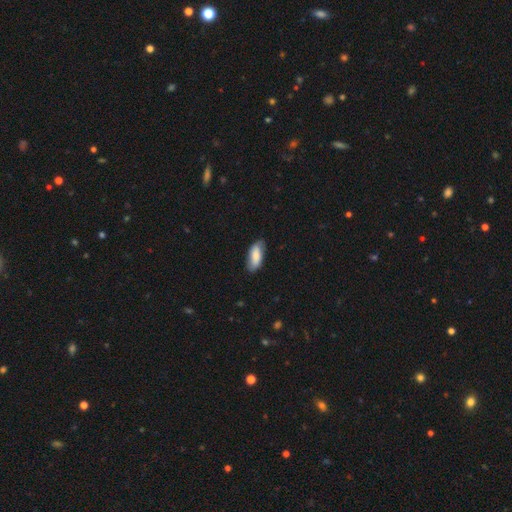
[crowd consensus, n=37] This appears to be a smooth galaxy with no disk features (78%) that is in between round and cigar-shaped (86%). Merging: none (67%).